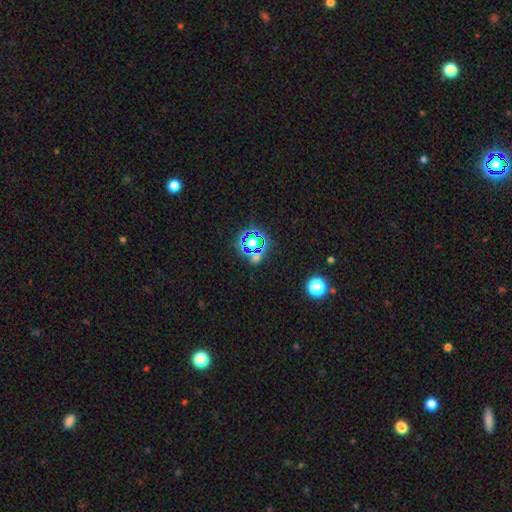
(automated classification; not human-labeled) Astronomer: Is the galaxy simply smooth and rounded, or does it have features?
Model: star or artifact — 68%.